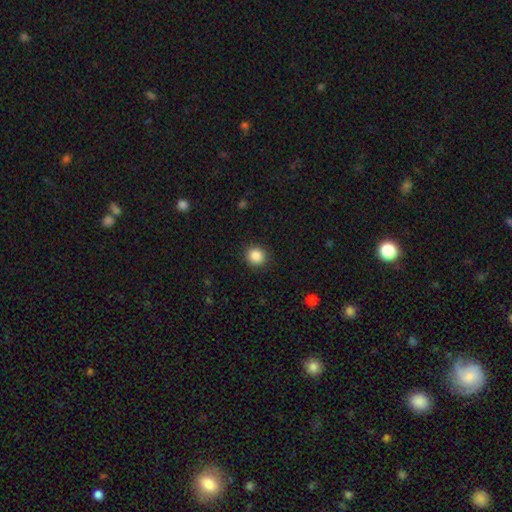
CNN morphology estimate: A smooth galaxy with no disk features (87%) that is round (86%). Merging: none (89%).